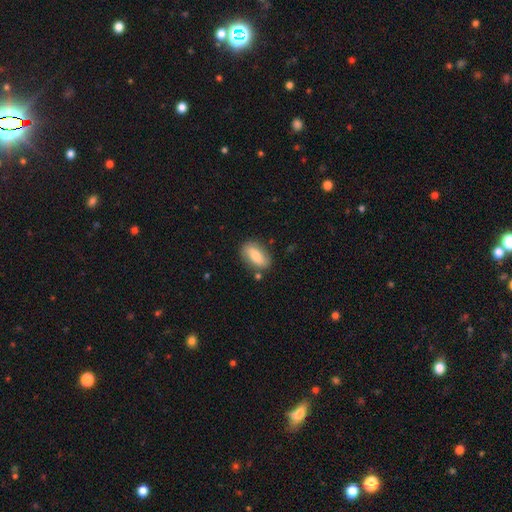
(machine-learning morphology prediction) A smooth galaxy with no disk features (69%) that is in between round and cigar-shaped (85%). Merging: none (81%).